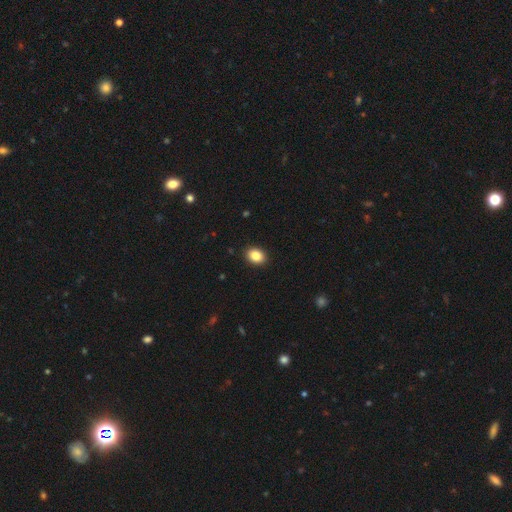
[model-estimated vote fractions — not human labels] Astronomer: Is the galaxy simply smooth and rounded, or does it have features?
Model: smooth — 87%.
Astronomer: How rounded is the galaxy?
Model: in between — 65%.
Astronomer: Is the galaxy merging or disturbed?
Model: none — 91%.